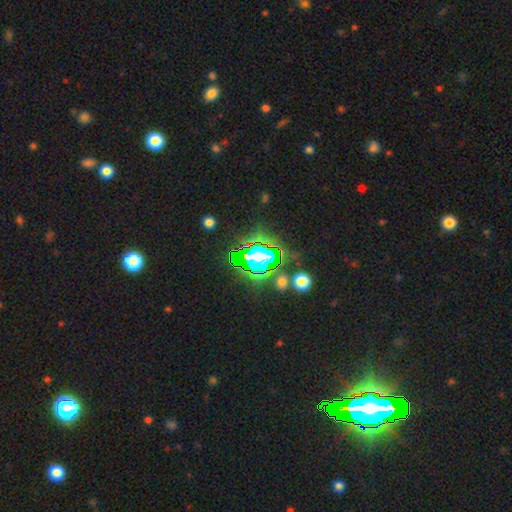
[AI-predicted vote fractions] The model was most divided on "smooth or featured": star or artifact: 83%, smooth: 10%, featured or disk: 7%.